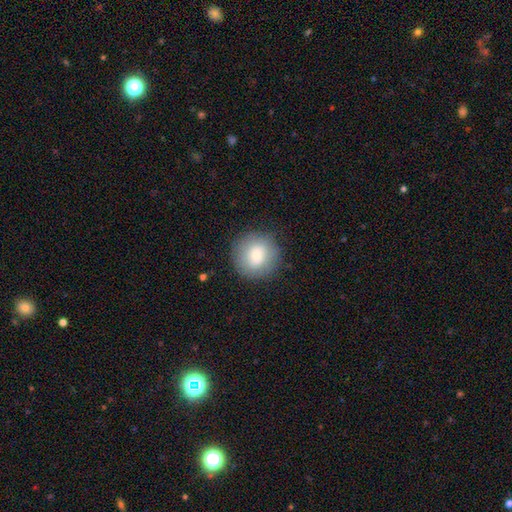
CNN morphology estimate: The model was most divided on "smooth or featured": smooth: 78%, featured or disk: 14%, star or artifact: 8%. More confident: how rounded — round (93%); merging — none (86%).